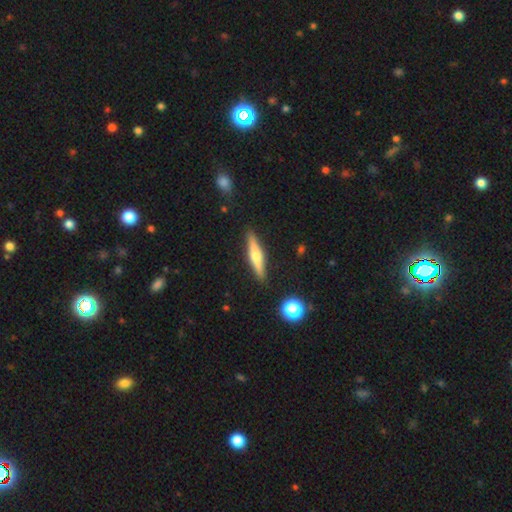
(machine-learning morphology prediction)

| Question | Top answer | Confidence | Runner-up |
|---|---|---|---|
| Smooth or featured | featured or disk | 54% | smooth (39%) |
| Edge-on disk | yes | 95% | no (5%) |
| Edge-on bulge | rounded | 86% | none (8%) |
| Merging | none | 89% | minor disturbance (7%) |